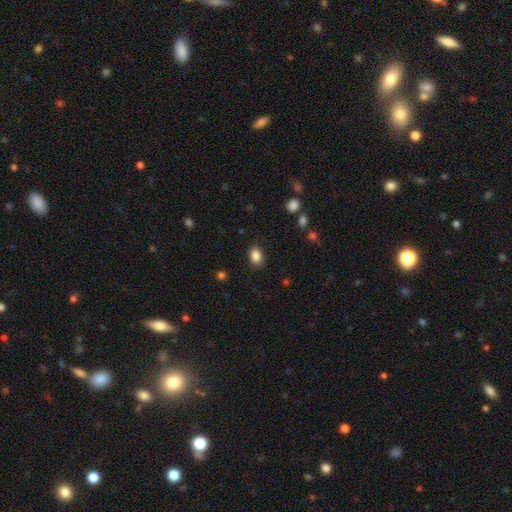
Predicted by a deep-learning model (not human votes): Morphology: type=smooth (86%); roundness=in between (78%); merging=none (86%).